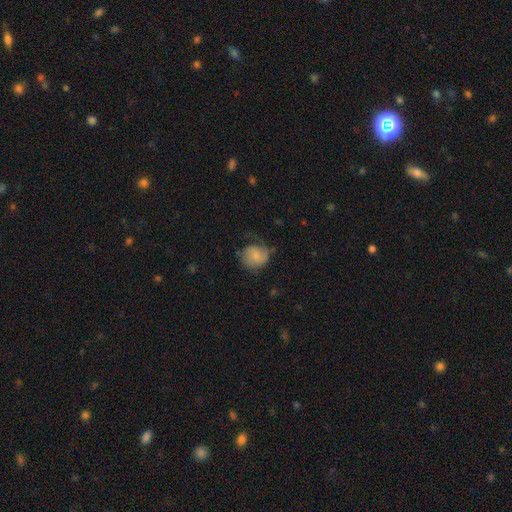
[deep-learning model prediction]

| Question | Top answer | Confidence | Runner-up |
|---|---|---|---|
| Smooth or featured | smooth | 64% | featured or disk (28%) |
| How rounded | round | 75% | in between (24%) |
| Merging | none | 49% | minor disturbance (30%) |